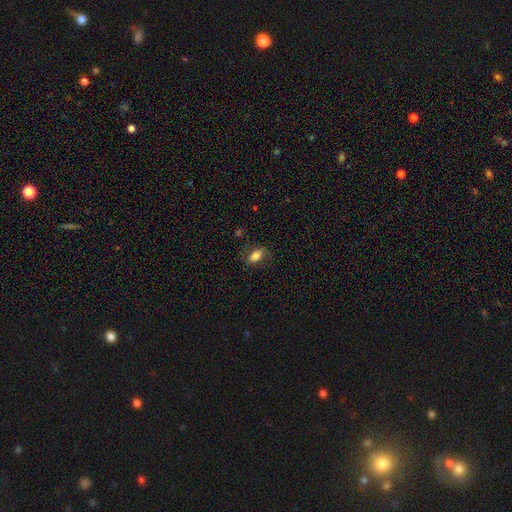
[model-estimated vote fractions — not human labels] smooth-or-featured: smooth: 78% | featured or disk: 14% | star or artifact: 8%
  how-rounded: in between: 86% | cigar-shaped: 8% | round: 5%
  merging: none: 76% | minor disturbance: 17% | major disturbance: 6% | merger: 1%